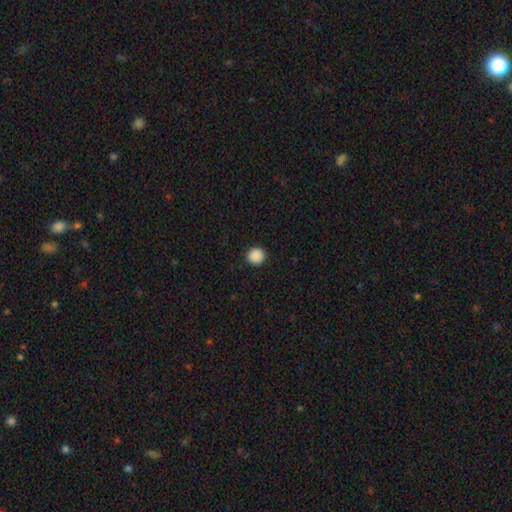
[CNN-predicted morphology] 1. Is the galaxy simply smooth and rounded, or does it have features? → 89% smooth, 9% star or artifact, 2% featured or disk.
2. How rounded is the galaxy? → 94% round, 5% in between, 1% cigar-shaped.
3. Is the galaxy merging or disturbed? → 93% none, 4% minor disturbance, 2% major disturbance, 1% merger.